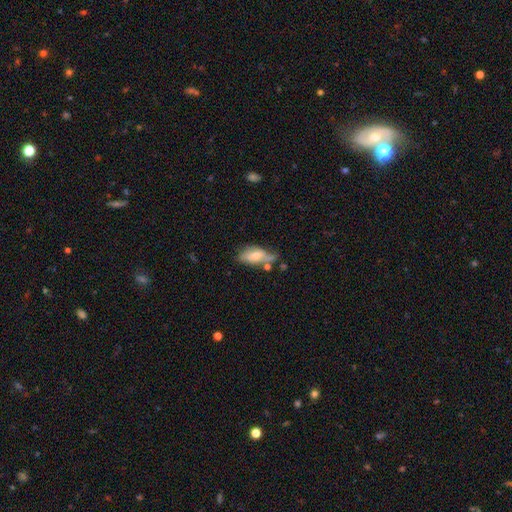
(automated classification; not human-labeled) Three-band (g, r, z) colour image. It shows a smooth galaxy with no disk features (57%) that is in between round and cigar-shaped (87%). Merging: none (41%).